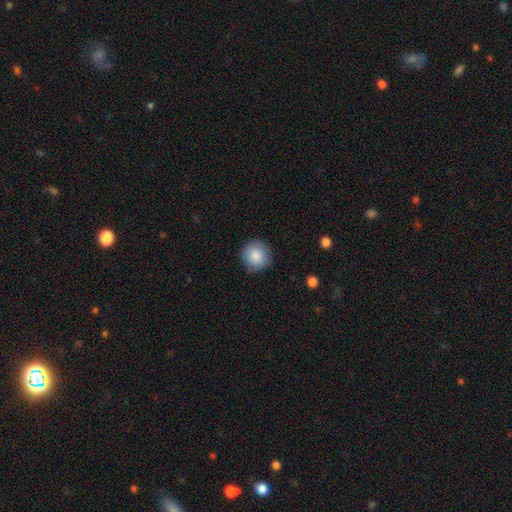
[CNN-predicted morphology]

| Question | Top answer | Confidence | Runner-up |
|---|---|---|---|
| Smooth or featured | smooth | 87% | star or artifact (8%) |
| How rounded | round | 94% | in between (5%) |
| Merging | none | 87% | minor disturbance (9%) |